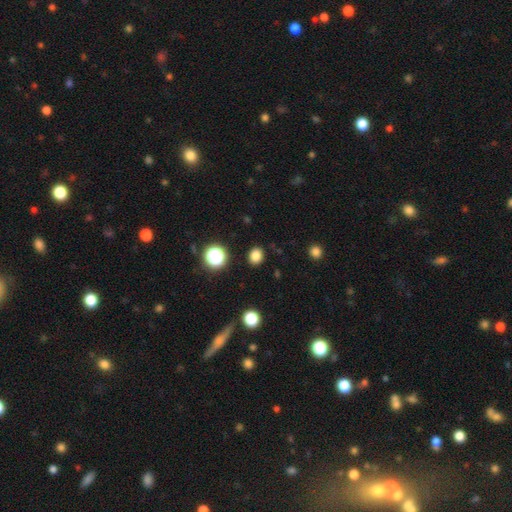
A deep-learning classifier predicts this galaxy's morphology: Smooth or featured? Predicted: smooth (p=0.82). How rounded? Predicted: round (p=0.63). Merging? Predicted: none (p=0.89).